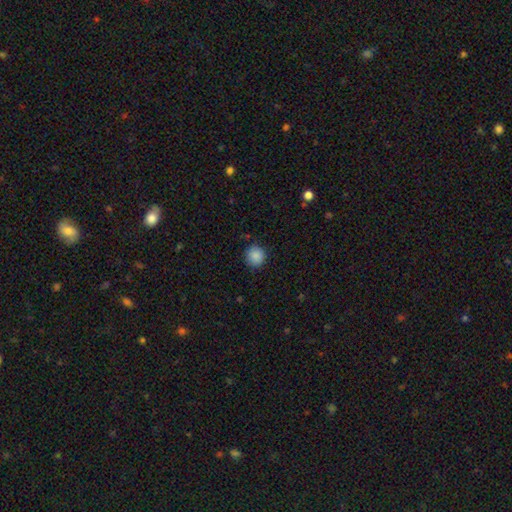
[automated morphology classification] type=smooth (88%); roundness=round (92%); merging=none (87%).